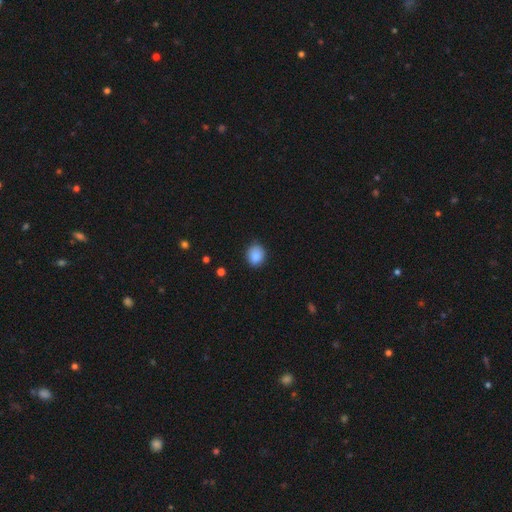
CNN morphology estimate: Q: Smooth or featured?
A: smooth (86%); runner-up: star or artifact (8%)
Q: How rounded?
A: round (66%); runner-up: in between (33%)
Q: Merging?
A: none (84%); runner-up: minor disturbance (13%)